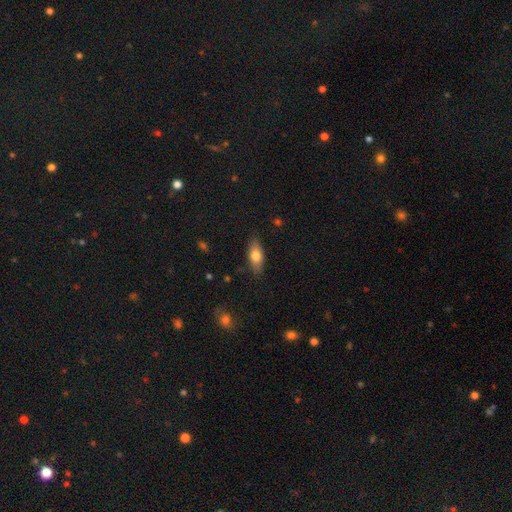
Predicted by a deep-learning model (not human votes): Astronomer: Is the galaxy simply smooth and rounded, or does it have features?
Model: smooth — 73%.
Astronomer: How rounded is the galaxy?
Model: in between — 78%.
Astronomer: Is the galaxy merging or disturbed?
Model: none — 85%.